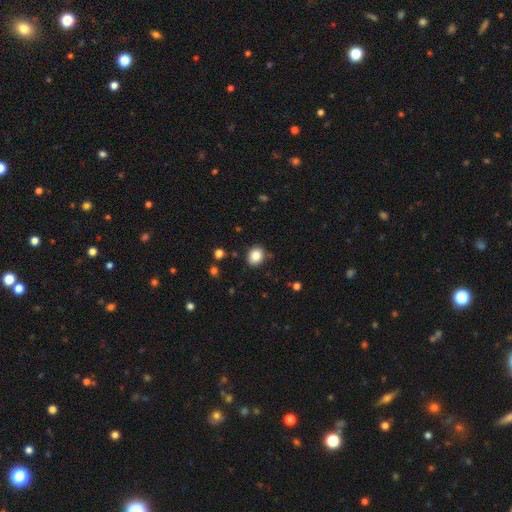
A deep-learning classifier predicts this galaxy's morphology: Q: Smooth or featured?
A: smooth (85%); runner-up: star or artifact (10%)
Q: How rounded?
A: round (63%); runner-up: in between (36%)
Q: Merging?
A: none (85%); runner-up: minor disturbance (11%)